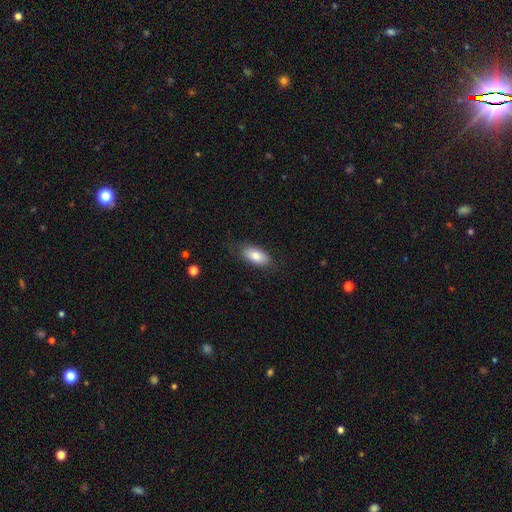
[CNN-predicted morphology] Smooth or featured? Predicted: smooth (p=0.78). How rounded? Predicted: in between (p=0.90). Merging? Predicted: none (p=0.80).